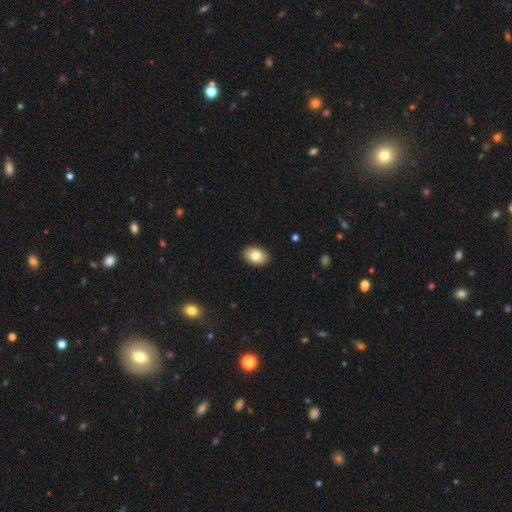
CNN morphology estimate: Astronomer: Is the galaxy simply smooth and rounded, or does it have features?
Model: smooth — 80%.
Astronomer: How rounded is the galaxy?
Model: in between — 85%.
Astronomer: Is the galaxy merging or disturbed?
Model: none — 90%.